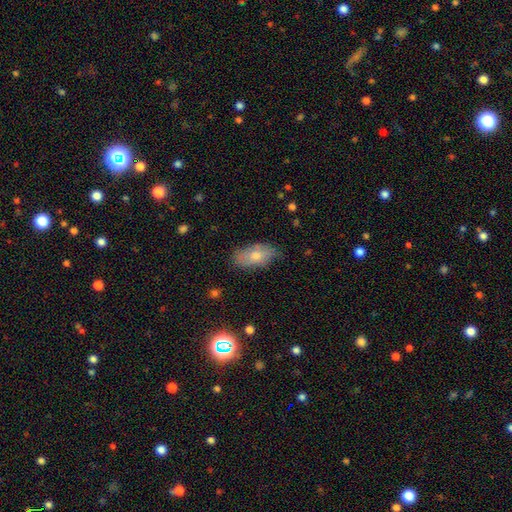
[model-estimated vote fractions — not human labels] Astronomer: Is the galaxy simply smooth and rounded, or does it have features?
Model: smooth — 71%.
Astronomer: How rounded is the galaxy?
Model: in between — 92%.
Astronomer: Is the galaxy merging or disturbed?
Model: none — 72%.